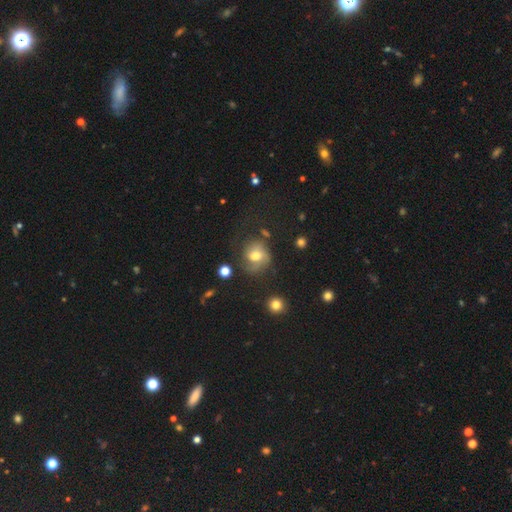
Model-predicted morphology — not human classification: smooth-or-featured: smooth: 52% | featured or disk: 34% | star or artifact: 13%
  how-rounded: round: 67% | in between: 32% | cigar-shaped: 1%
  merging: none: 46% | minor disturbance: 25% | major disturbance: 23% | merger: 5%